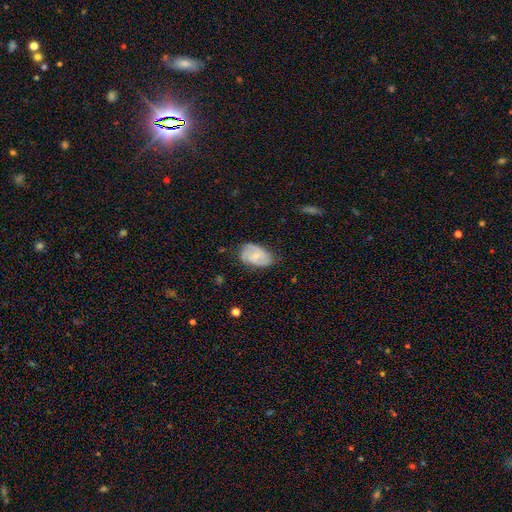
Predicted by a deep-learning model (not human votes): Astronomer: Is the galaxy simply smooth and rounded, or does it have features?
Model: featured or disk — 60%.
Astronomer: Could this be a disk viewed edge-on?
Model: no — 97%.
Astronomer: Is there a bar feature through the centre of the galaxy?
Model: no — 58% (runner-up: weak, 36%).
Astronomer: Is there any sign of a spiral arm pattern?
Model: yes — 86%.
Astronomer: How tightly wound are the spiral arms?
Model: tight — 43% (runner-up: medium, 42%).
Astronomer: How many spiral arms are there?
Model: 2 — 57%.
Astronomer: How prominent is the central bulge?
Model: small — 61%.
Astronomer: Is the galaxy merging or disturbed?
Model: none — 65%.